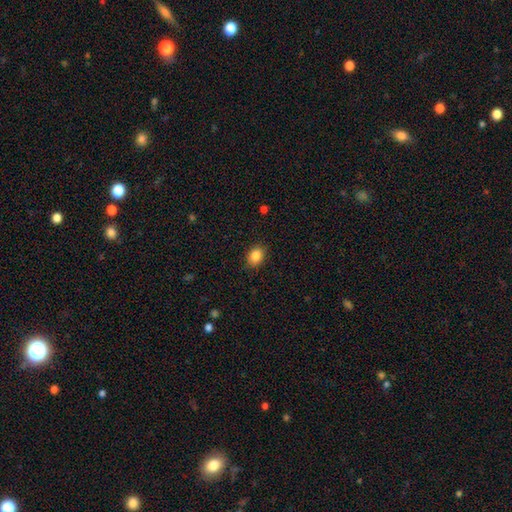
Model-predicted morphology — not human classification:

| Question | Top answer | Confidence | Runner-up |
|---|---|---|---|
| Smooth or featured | smooth | 86% | star or artifact (9%) |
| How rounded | in between | 65% | round (34%) |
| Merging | none | 87% | minor disturbance (10%) |